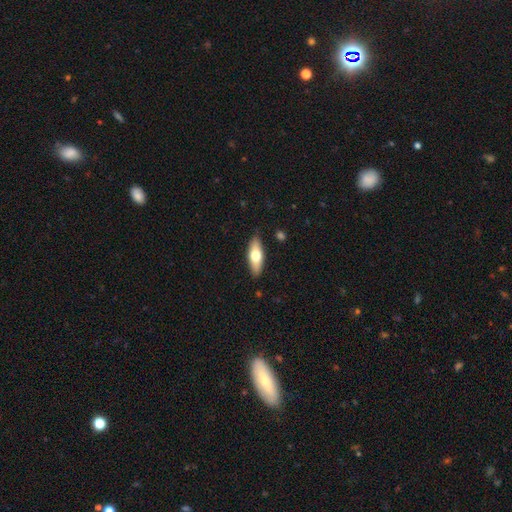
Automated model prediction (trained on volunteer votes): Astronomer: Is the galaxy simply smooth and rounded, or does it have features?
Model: smooth — 61%.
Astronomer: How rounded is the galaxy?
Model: in between — 65%.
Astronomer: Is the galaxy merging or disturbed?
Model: none — 87%.